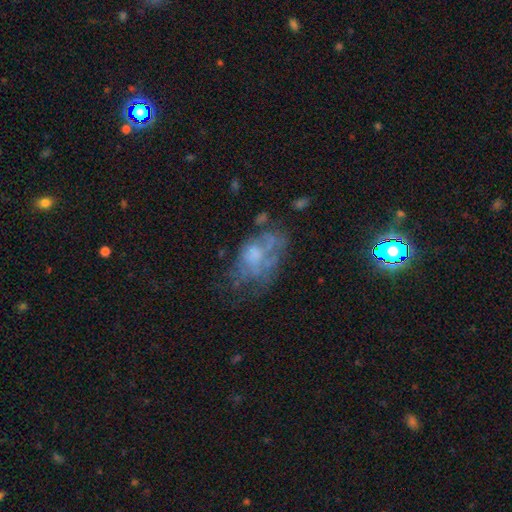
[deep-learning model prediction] smooth-or-featured: featured or disk: 53% | smooth: 34% | star or artifact: 13%
  disk-edge-on: no: 96% | yes: 4%
    bar: no: 87% | weak: 11% | strong: 2%
    has-spiral-arms: no: 81% | yes: 19%
    bulge-size: none: 38% | moderate: 31% | small: 19% | large: 10% | dominant: 2%
  merging: none: 38% | major disturbance: 30% | minor disturbance: 24% | merger: 8%